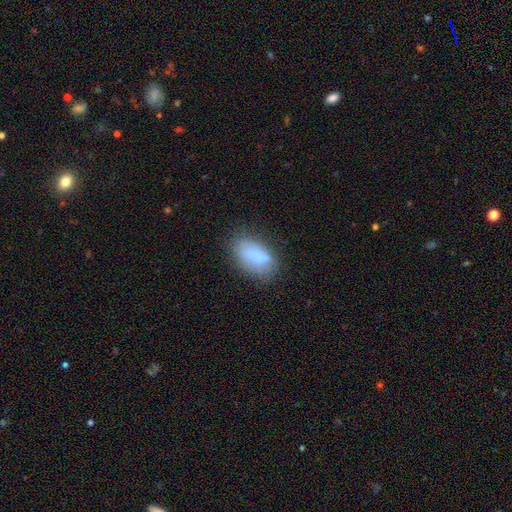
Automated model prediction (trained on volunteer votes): Overall: smooth (75%). How rounded: in between (90%). Merging: none (59%; minor disturbance 24%).